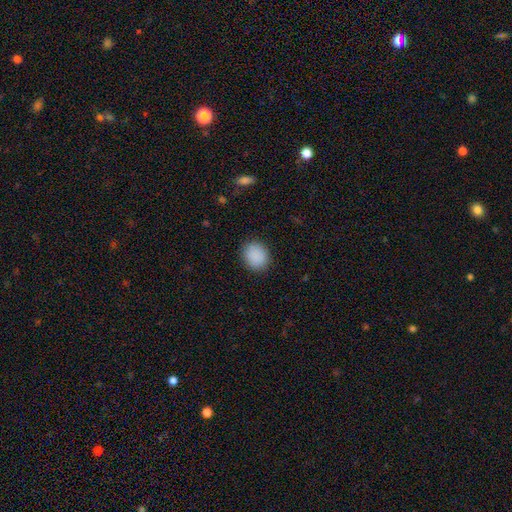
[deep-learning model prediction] This is clearly a smooth galaxy (89%). How rounded: likely round (66%). Merging: clearly none (88%).